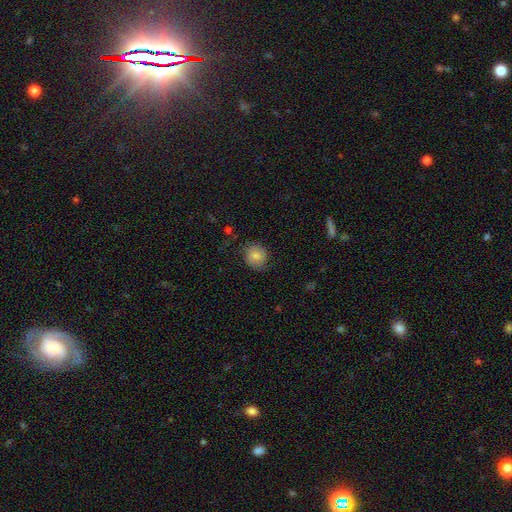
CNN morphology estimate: A smooth galaxy with no disk features (77%) that is round (80%). Merging: none (75%).